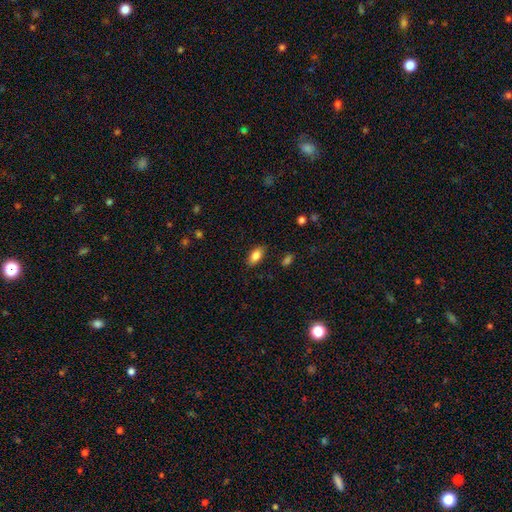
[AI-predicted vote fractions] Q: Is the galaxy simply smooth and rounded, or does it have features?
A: smooth — 85%.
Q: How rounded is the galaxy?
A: in between — 90%.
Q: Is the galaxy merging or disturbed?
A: none — 84%.